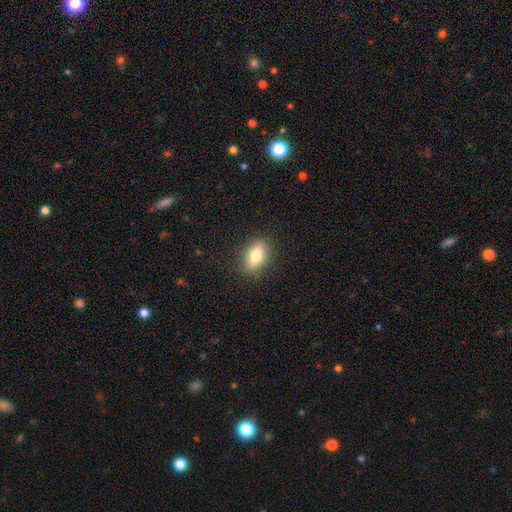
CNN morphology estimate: Overall: smooth (79%). How rounded: in between (83%). Merging: none (87%).